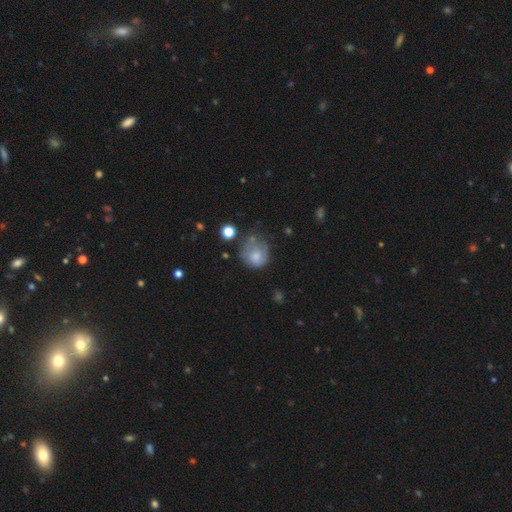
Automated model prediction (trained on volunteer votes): smooth_or_featured: smooth (p=0.67) [alt: featured or disk p=0.24]
how_rounded: round (p=0.78) [alt: in between p=0.22]
merging: none (p=0.43) [alt: minor disturbance p=0.31]